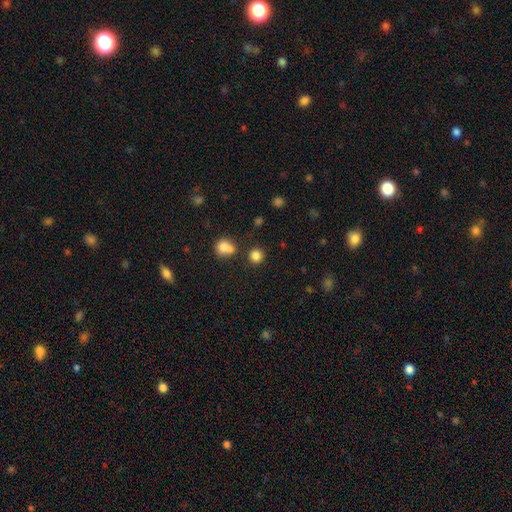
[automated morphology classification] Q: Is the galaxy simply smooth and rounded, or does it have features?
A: smooth — 83%.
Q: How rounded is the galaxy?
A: round — 89%.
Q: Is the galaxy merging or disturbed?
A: none — 78%.